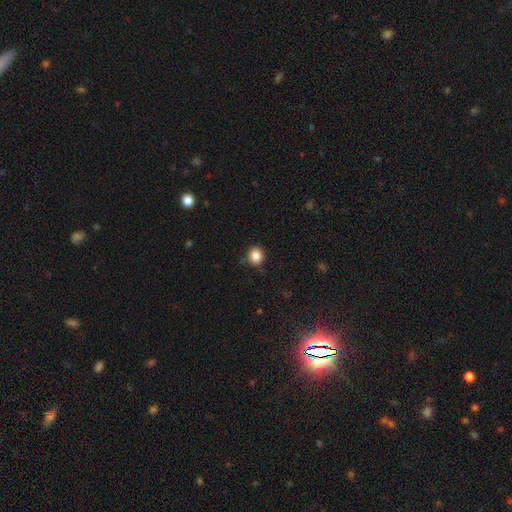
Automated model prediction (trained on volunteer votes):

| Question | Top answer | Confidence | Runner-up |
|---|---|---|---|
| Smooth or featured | smooth | 85% | star or artifact (10%) |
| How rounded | round | 78% | in between (21%) |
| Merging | none | 83% | minor disturbance (13%) |